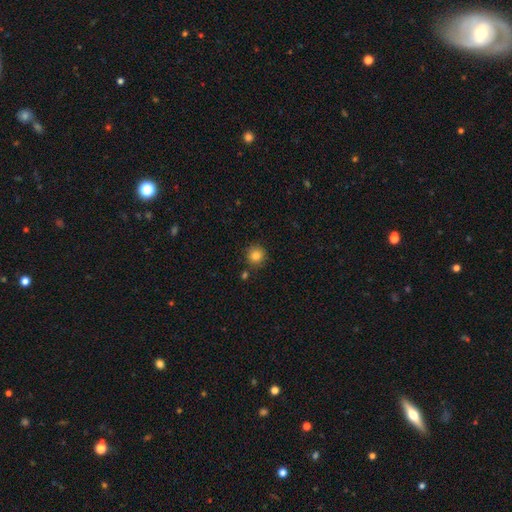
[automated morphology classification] Overall: smooth (84%). How rounded: round (93%). Merging: none (84%).